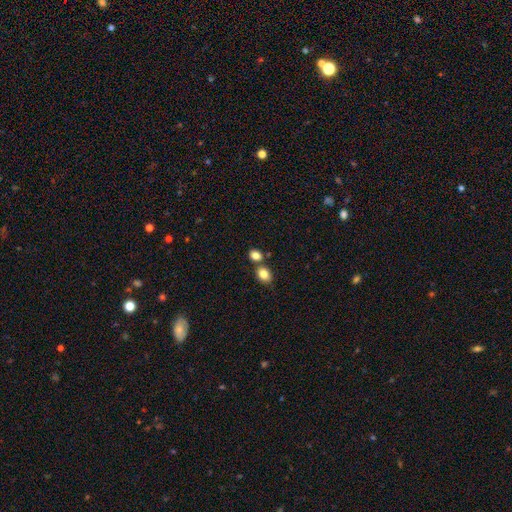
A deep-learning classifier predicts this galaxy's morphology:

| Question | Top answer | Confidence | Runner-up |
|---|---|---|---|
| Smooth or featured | smooth | 83% | star or artifact (10%) |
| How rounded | in between | 55% | round (44%) |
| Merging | none | 58% | merger (29%) |